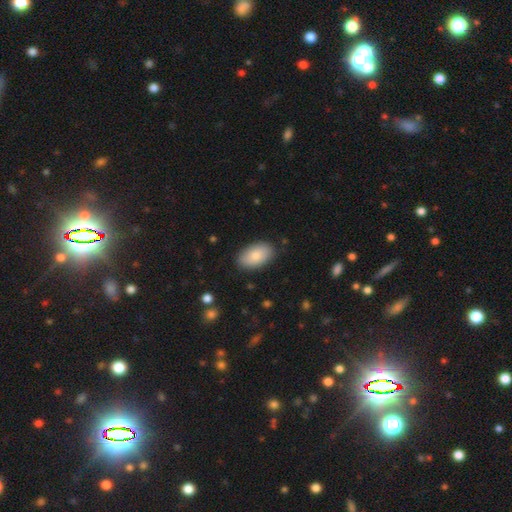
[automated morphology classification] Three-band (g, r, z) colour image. It shows a smooth galaxy with no disk features (82%) that is in between round and cigar-shaped (94%). Merging: none (85%).